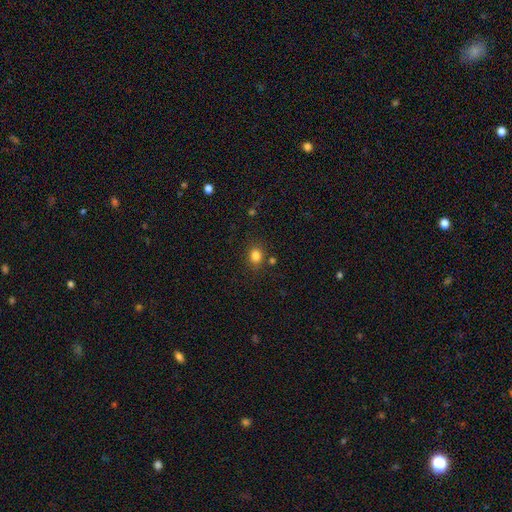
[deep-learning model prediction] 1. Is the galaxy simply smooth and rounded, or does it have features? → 82% smooth, 13% star or artifact, 5% featured or disk.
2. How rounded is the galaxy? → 66% round, 33% in between, 1% cigar-shaped.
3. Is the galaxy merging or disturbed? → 81% none, 10% minor disturbance, 5% merger, 3% major disturbance.